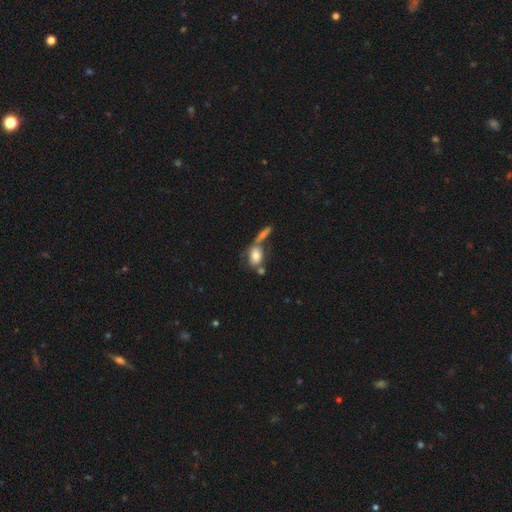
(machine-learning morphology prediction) Q: Smooth or featured?
A: smooth (75%); runner-up: featured or disk (17%)
Q: How rounded?
A: in between (72%); runner-up: round (24%)
Q: Merging?
A: none (40%); runner-up: merger (39%)